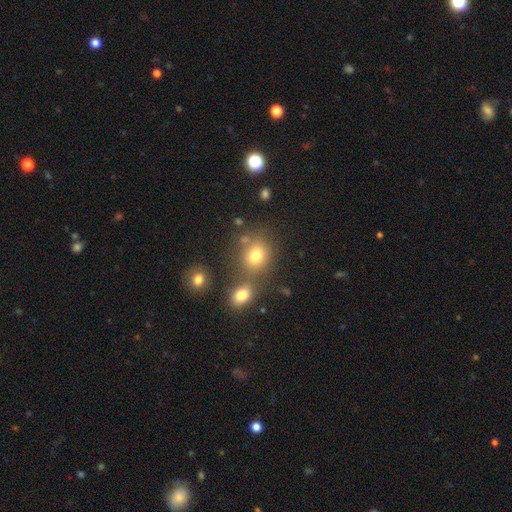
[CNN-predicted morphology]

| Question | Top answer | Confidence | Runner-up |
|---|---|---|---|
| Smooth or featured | smooth | 76% | star or artifact (15%) |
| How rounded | round | 71% | in between (28%) |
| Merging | none | 61% | merger (24%) |